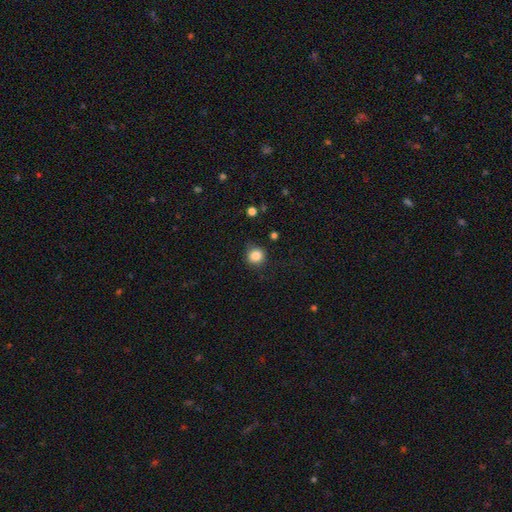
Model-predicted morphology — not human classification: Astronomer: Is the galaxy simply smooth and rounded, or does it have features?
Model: smooth — 84%.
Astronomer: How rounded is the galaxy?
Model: round — 89%.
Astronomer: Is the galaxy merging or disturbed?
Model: none — 82%.